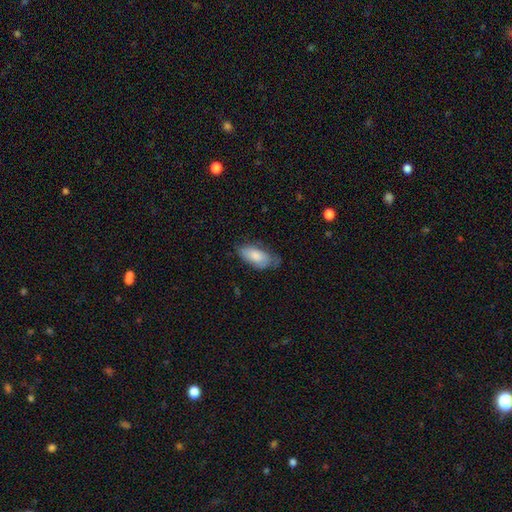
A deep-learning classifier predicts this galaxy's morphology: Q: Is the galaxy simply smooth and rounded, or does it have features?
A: smooth — 77%.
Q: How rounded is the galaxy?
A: in between — 88%.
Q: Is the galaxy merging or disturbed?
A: none — 56%.